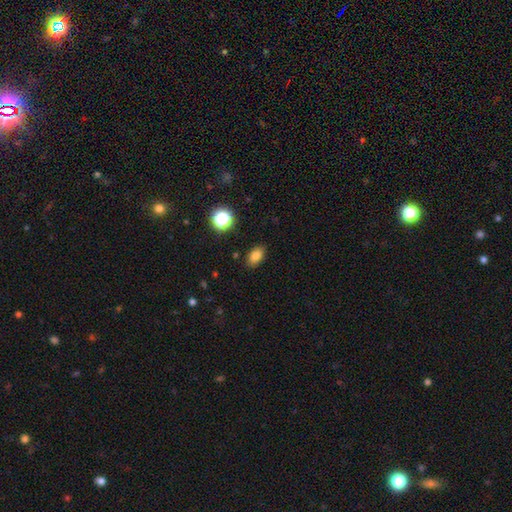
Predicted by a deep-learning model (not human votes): A smooth galaxy with no disk features (80%) that is in between round and cigar-shaped (86%).

Vote fractions:
- Smooth or featured? smooth: 80% / star or artifact: 12% / featured or disk: 8%
- How rounded? in between: 86% / round: 11% / cigar-shaped: 2%
- Merging? none: 87% / minor disturbance: 9% / major disturbance: 2% / merger: 1%